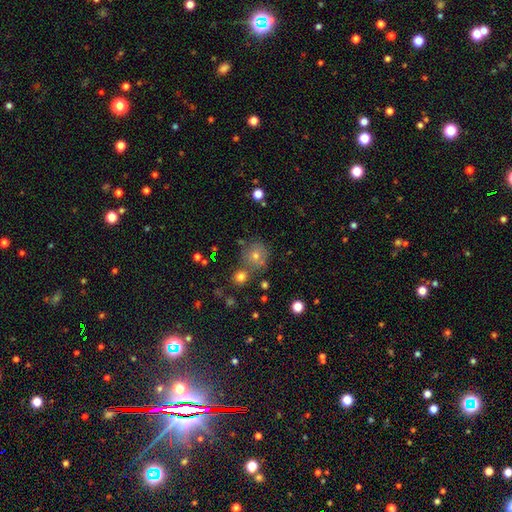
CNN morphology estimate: smooth-or-featured: smooth: 61% | star or artifact: 22% | featured or disk: 17%
  how-rounded: round: 88% | in between: 10% | cigar-shaped: 1%
  merging: none: 70% | merger: 15% | minor disturbance: 11% | major disturbance: 4%